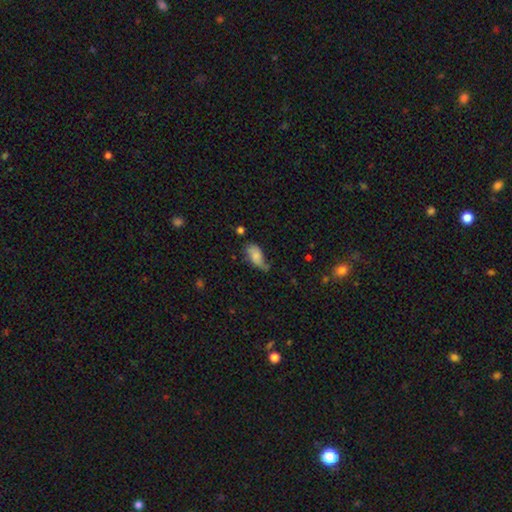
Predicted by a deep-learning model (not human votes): smooth-or-featured: smooth: 63% | featured or disk: 29% | star or artifact: 8%
  how-rounded: in between: 89% | cigar-shaped: 7% | round: 4%
  merging: none: 39% (tied) | minor disturbance: 39% (tied) | major disturbance: 17% | merger: 4%